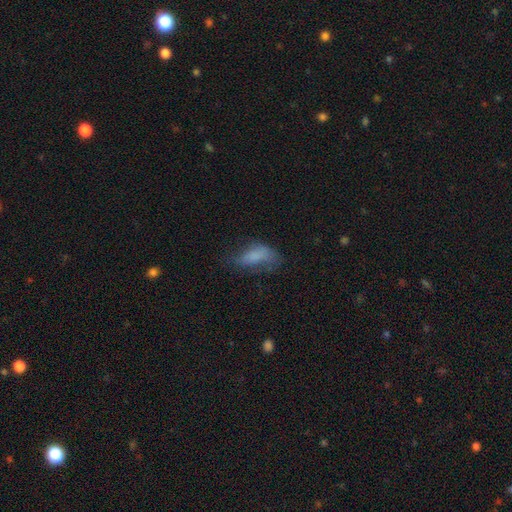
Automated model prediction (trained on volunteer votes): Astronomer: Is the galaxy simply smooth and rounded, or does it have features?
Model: smooth — 70%.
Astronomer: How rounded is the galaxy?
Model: in between — 81%.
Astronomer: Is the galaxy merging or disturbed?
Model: none — 35% (runner-up: minor disturbance, 31%).